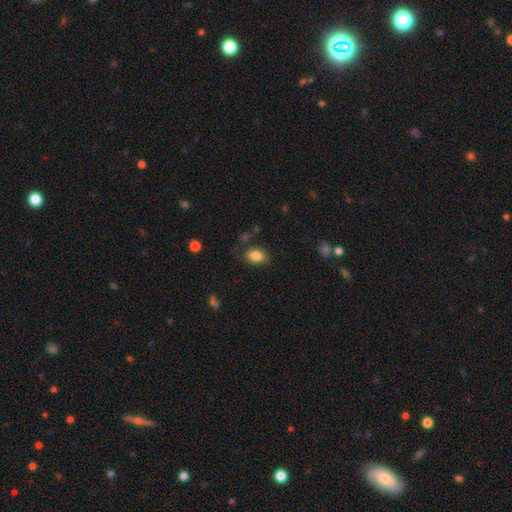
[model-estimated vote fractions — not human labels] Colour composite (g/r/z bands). It shows a smooth galaxy with no disk features (83%) that is in between round and cigar-shaped (88%). Merging: none (69%).